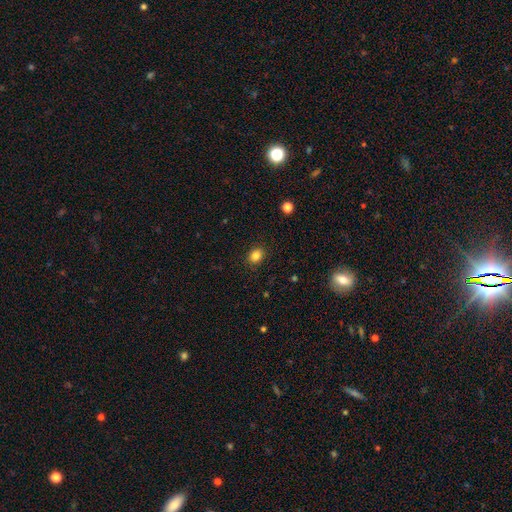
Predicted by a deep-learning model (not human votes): Smooth or featured: smooth — 84% (star or artifact — 11%)
How rounded: round — 57% (in between — 42%)
Merging: none — 89% (minor disturbance — 7%)